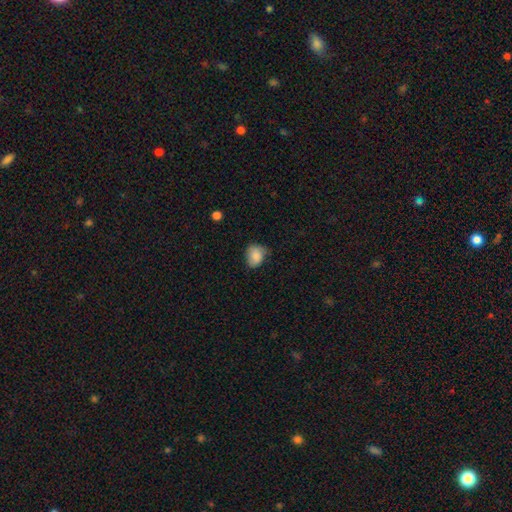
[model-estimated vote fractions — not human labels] Overall: smooth (83%). How rounded: in between (51%; round 48%). Merging: none (56%; minor disturbance 33%).